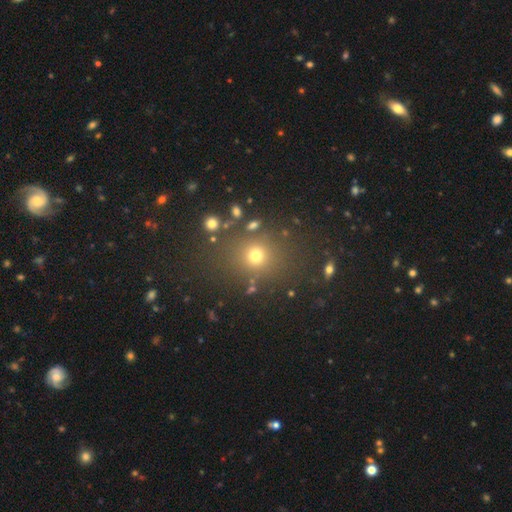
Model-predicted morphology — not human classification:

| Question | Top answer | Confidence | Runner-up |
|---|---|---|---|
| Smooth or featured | smooth | 72% | star or artifact (20%) |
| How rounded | round | 80% | in between (18%) |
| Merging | none | 77% | minor disturbance (11%) |